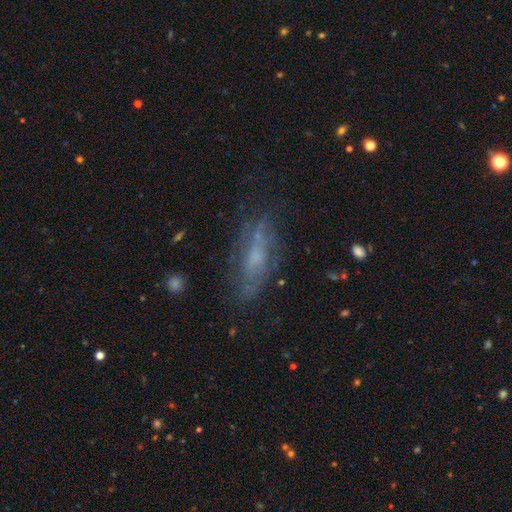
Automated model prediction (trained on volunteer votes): Smooth or featured: featured or disk — 53% (smooth — 34%)
Edge-on disk: no — 72% (yes — 28%)
Merging: none — 66% (minor disturbance — 20%)